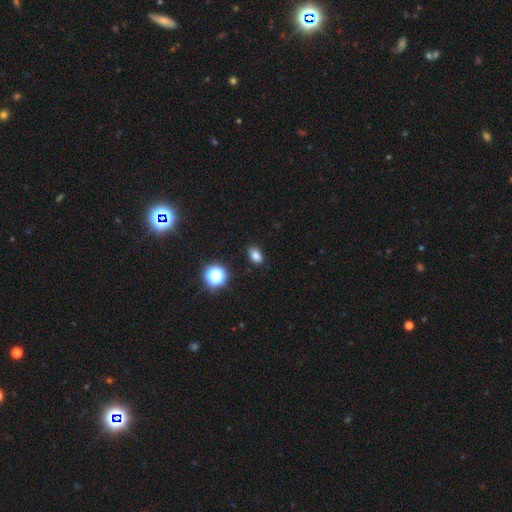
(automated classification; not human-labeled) Smooth or featured? Predicted: smooth (p=0.80). How rounded? Predicted: in between (p=0.82). Merging? Predicted: none (p=0.85).